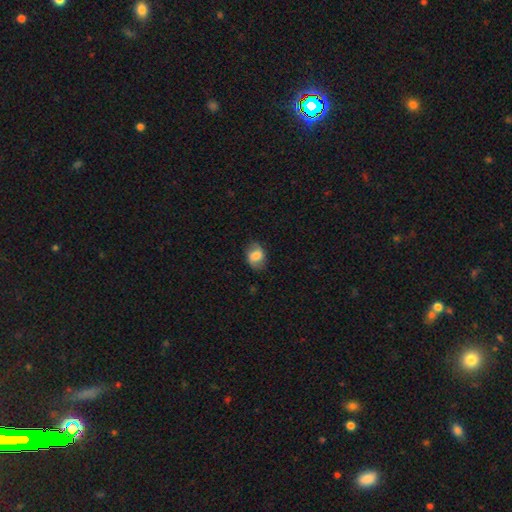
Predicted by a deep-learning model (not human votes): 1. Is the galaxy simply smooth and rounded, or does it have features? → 65% smooth, 27% featured or disk, 8% star or artifact.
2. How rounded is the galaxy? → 68% in between, 30% round, 1% cigar-shaped.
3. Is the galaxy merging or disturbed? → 77% none, 17% minor disturbance, 5% major disturbance, 1% merger.